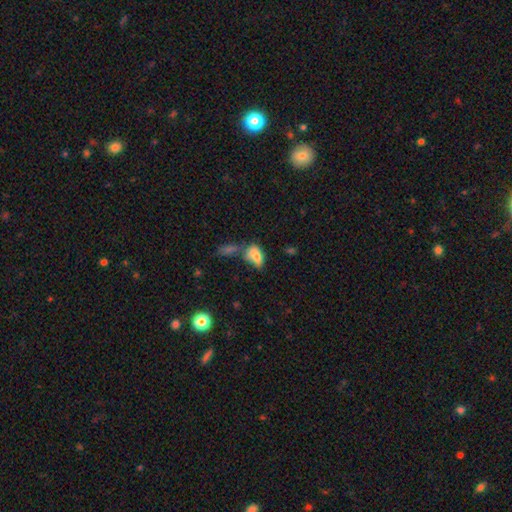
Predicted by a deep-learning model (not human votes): A smooth galaxy with no disk features (74%) that is in between round and cigar-shaped (87%). Merging: merger (37%).